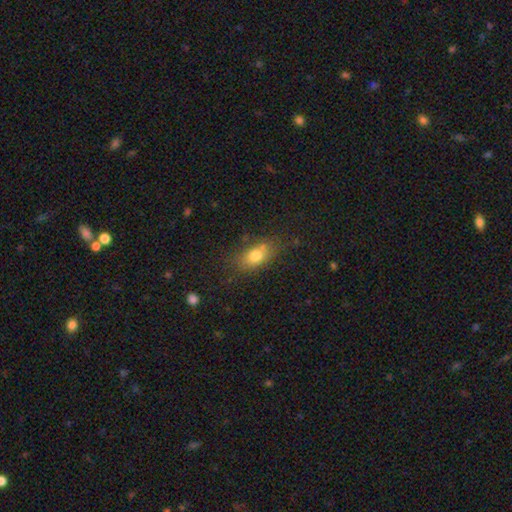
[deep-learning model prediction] This is likely a smooth galaxy (76%). How rounded: likely in between (78%). Merging: likely none (66%).